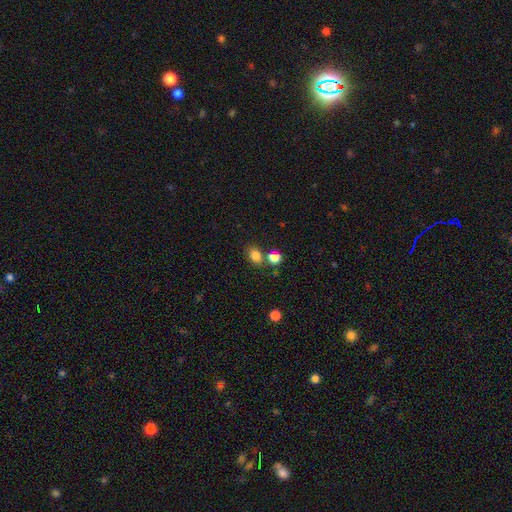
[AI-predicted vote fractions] Smooth or featured?
  - smooth: 82% *
  - star or artifact: 13%
  - featured or disk: 6%
How rounded?
  - in between: 58% *
  - round: 40%
  - cigar-shaped: 1%
Merging?
  - none: 67% *
  - merger: 18%
  - minor disturbance: 11%
  - major disturbance: 4%